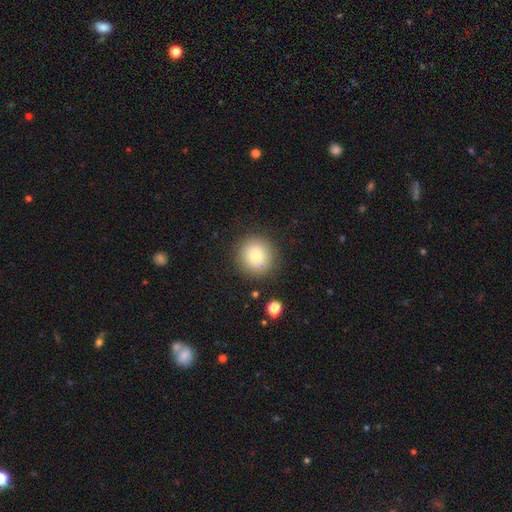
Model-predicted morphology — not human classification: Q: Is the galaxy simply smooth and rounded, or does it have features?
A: smooth — 78%.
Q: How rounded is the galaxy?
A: round — 93%.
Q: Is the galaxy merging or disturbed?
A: none — 89%.